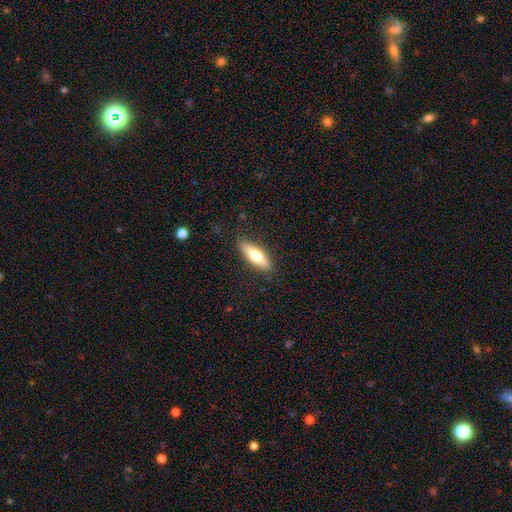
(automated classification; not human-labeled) Q: Smooth or featured?
A: smooth (62%); runner-up: featured or disk (32%)
Q: How rounded?
A: in between (51%); runner-up: cigar-shaped (47%)
Q: Merging?
A: none (86%); runner-up: minor disturbance (11%)